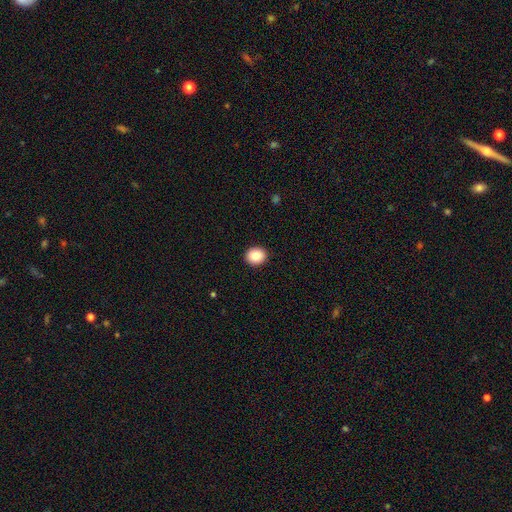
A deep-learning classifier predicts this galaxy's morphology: Smooth or featured? smooth (87%)
How rounded? round (73%)
Merging? none (92%)